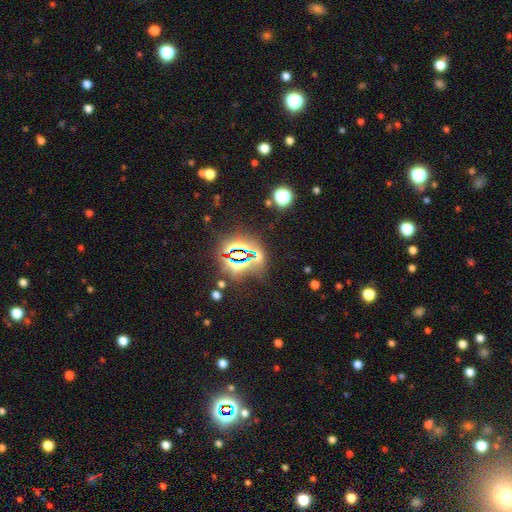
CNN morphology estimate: Smooth or featured?
  - star or artifact: 78% *
  - smooth: 13%
  - featured or disk: 9%